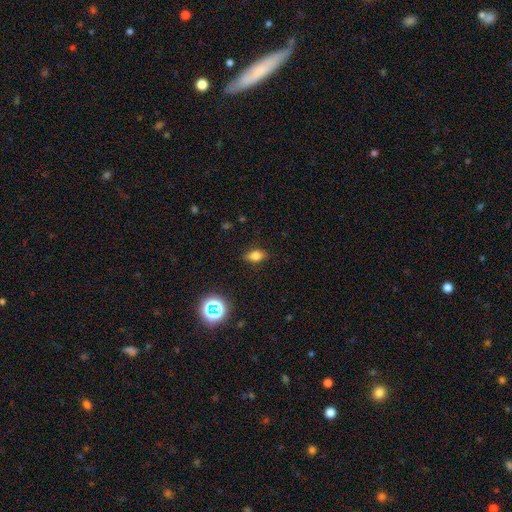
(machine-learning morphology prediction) smooth_or_featured: smooth (p=0.75) [alt: star or artifact p=0.14]
how_rounded: in between (p=0.79) [alt: round p=0.15]
merging: none (p=0.86) [alt: minor disturbance p=0.10]